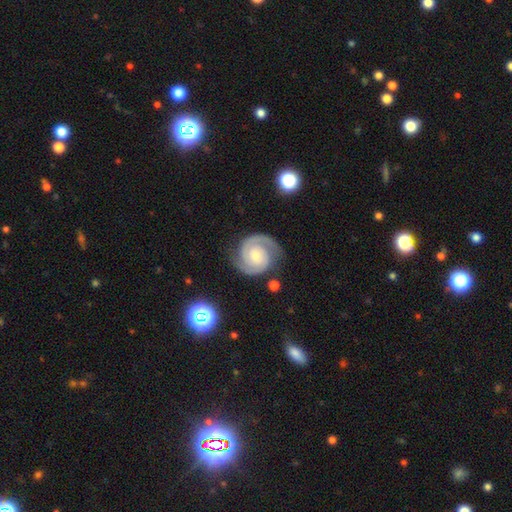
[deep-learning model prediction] Smooth or featured: featured or disk — 90% (smooth — 5%)
Edge-on disk: no — 98% (yes — 2%)
Bar: no — 64% (weak — 28%)
Spiral arms: yes — 98% (no — 2%)
Spiral winding: tight — 65% (medium — 31%)
Spiral arm count: 2 — 92% (3 — 3%)
Bulge size: small — 46% (tied with moderate — 46%)
Merging: none — 82% (minor disturbance — 12%)